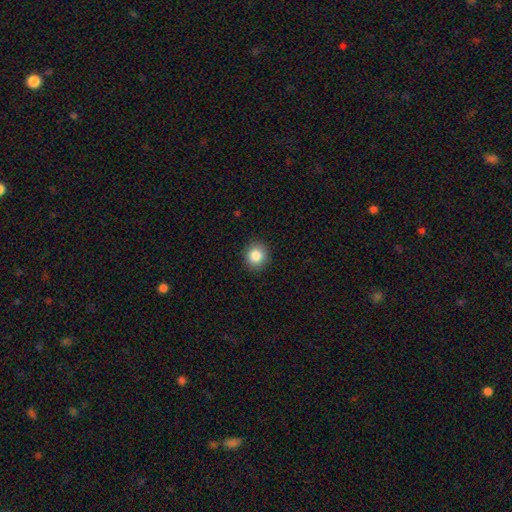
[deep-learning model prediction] Smooth or featured? Predicted: smooth (p=0.85). How rounded? Predicted: round (p=0.88). Merging? Predicted: none (p=0.91).